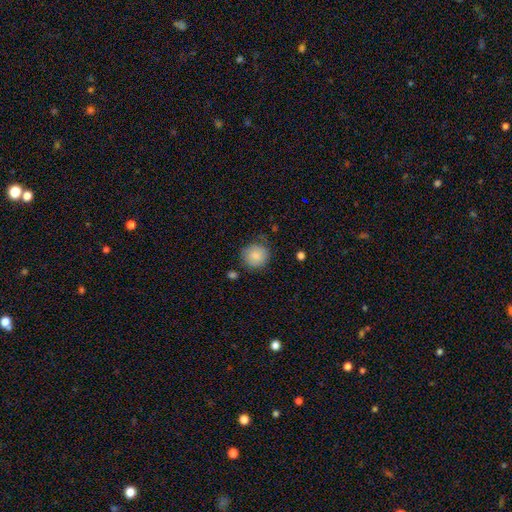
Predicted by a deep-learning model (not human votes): smooth-or-featured: smooth: 84% | featured or disk: 8% | star or artifact: 8%
  how-rounded: round: 88% | in between: 11% | cigar-shaped: 1%
  merging: none: 75% | minor disturbance: 18% | major disturbance: 5% | merger: 3%